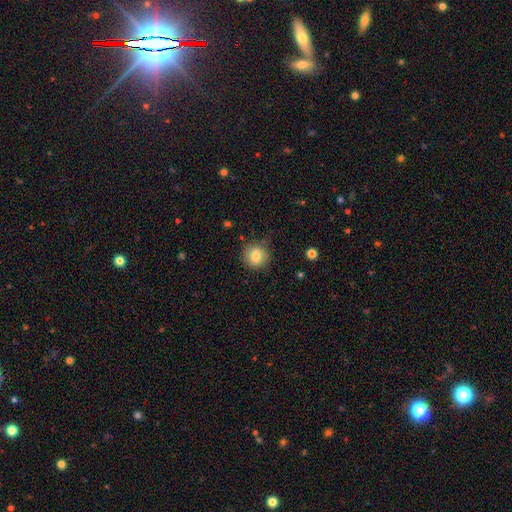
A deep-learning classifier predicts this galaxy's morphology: A smooth galaxy with no disk features (81%) that is round (87%). Merging: none (81%).